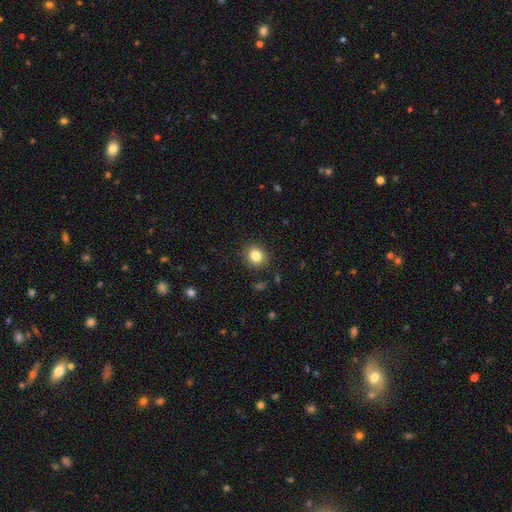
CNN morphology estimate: A smooth galaxy with no disk features (83%) that is round (79%).

Vote fractions:
- Smooth or featured? smooth: 83% / star or artifact: 11% / featured or disk: 7%
- How rounded? round: 79% / in between: 20% / cigar-shaped: 1%
- Merging? none: 89% / minor disturbance: 8% / major disturbance: 2% / merger: 1%